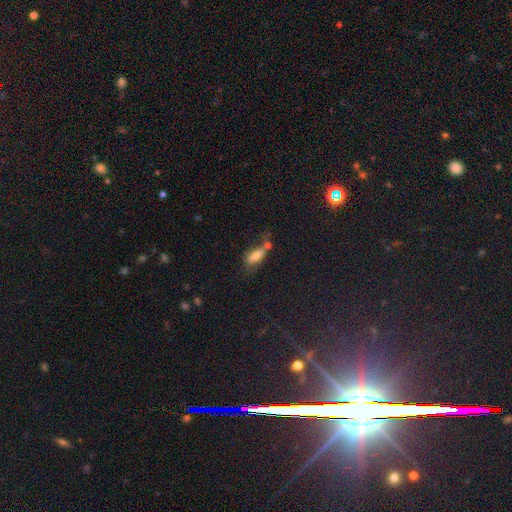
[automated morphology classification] smooth_or_featured: smooth (p=0.69) [alt: featured or disk p=0.19]
how_rounded: in between (p=0.75) [alt: cigar-shaped p=0.21]
merging: none (p=0.35) [alt: merger p=0.30]